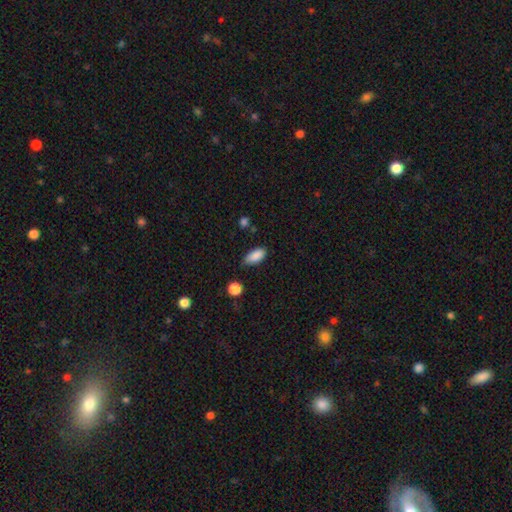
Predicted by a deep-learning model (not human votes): Smooth or featured? Predicted: smooth (p=0.87). How rounded? Predicted: in between (p=0.90). Merging? Predicted: none (p=0.68).